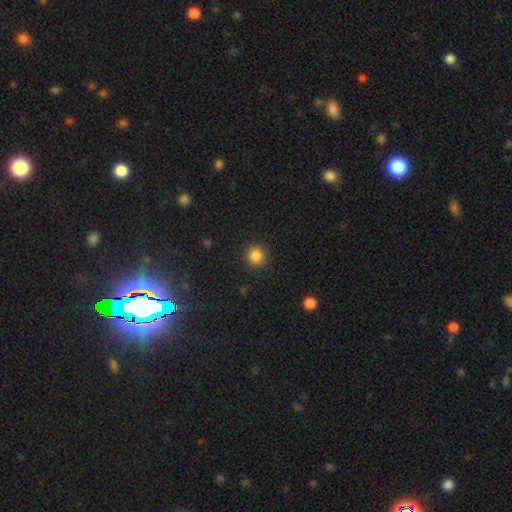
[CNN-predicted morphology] Smooth or featured? smooth (86%)
How rounded? round (94%)
Merging? none (91%)